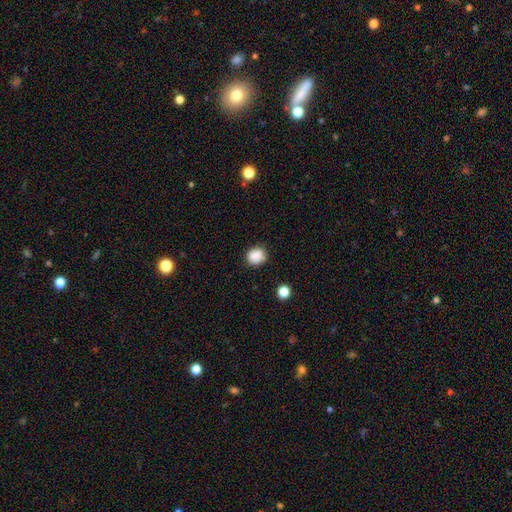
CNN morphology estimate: Smooth or featured?
  - smooth: 86% *
  - star or artifact: 10%
  - featured or disk: 4%
How rounded?
  - round: 75% *
  - in between: 24%
  - cigar-shaped: 1%
Merging?
  - none: 79% *
  - minor disturbance: 15%
  - major disturbance: 3%
  - merger: 3%